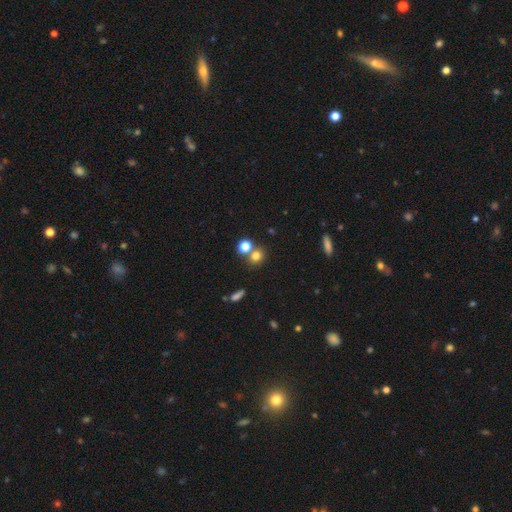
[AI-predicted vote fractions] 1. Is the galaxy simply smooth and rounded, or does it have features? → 75% smooth, 16% star or artifact, 9% featured or disk.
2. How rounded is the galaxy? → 81% round, 18% in between, 1% cigar-shaped.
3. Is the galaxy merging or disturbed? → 59% none, 30% merger, 8% minor disturbance, 3% major disturbance.